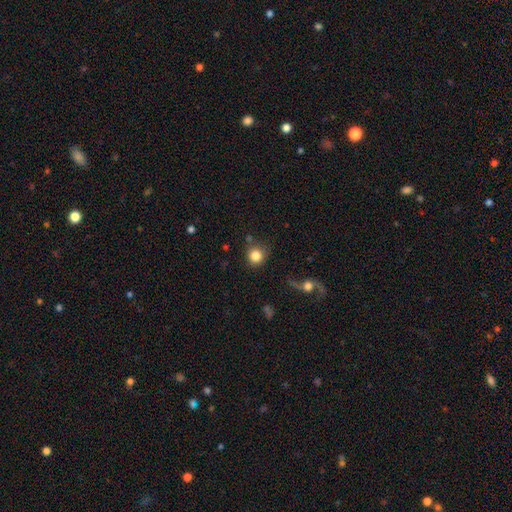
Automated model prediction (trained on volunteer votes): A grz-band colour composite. It shows a smooth galaxy with no disk features (83%) that is round (92%). Merging: none (77%).